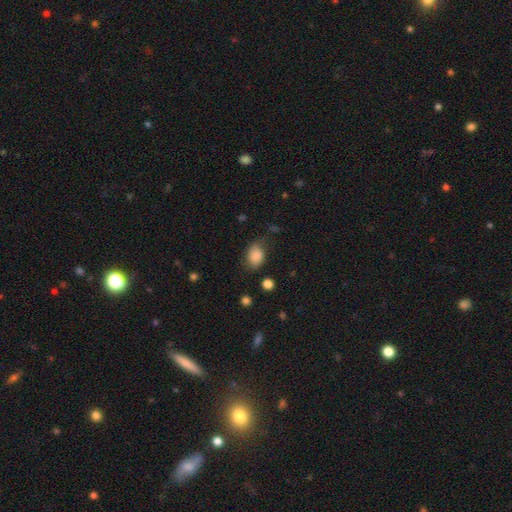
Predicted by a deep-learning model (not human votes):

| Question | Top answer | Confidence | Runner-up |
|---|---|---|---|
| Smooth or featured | smooth | 83% | featured or disk (8%) |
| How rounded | in between | 72% | round (27%) |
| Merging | none | 61% | minor disturbance (27%) |